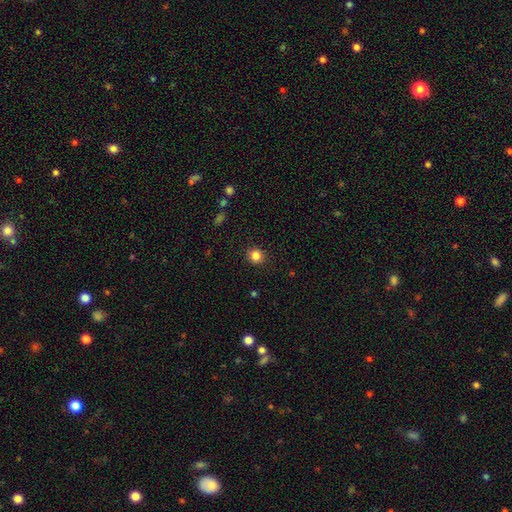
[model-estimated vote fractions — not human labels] smooth-or-featured: smooth: 84% | star or artifact: 11% | featured or disk: 4%
  how-rounded: round: 92% | in between: 7% | cigar-shaped: 1%
  merging: none: 91% | minor disturbance: 6% | major disturbance: 2% | merger: 1%